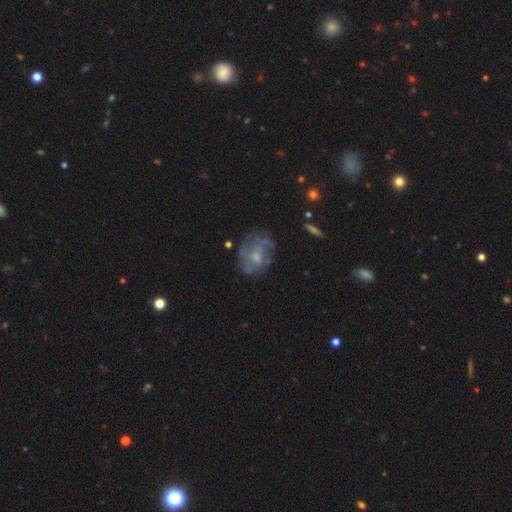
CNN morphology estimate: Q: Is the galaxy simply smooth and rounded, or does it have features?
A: featured or disk — 62%.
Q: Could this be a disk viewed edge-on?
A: no — 97%.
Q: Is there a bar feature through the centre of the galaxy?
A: no — 70%.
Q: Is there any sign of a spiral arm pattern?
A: yes — 51%.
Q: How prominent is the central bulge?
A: small — 46%.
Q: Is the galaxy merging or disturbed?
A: none — 59%.